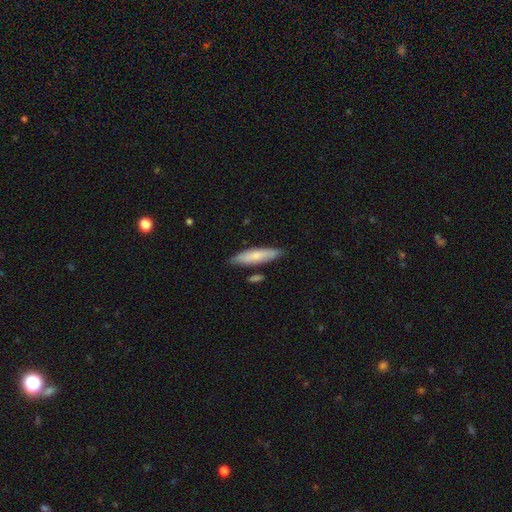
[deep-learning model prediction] Smooth or featured? Predicted: smooth (p=0.71). How rounded? Predicted: cigar-shaped (p=0.74). Merging? Predicted: none (p=0.82).